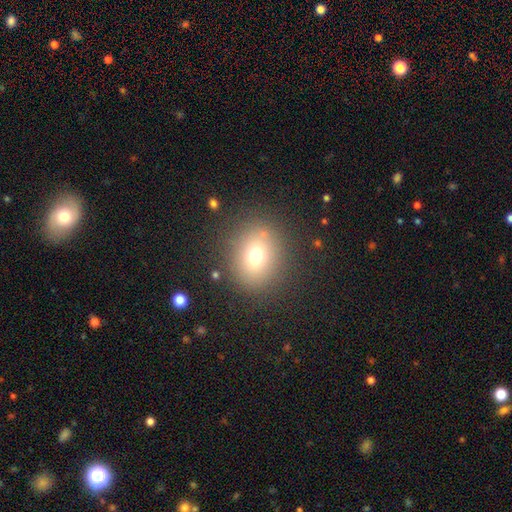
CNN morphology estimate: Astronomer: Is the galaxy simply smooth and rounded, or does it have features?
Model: smooth — 70%.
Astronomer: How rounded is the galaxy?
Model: round — 67%.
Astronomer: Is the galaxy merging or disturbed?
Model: none — 84%.